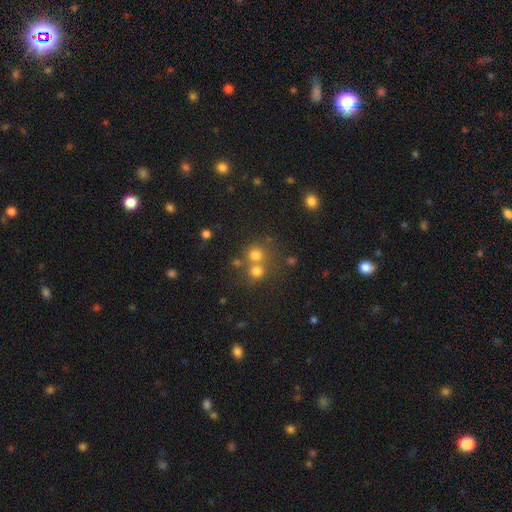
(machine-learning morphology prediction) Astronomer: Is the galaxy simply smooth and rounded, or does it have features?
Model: smooth — 70%.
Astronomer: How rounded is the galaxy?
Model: round — 88%.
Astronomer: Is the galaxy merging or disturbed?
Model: none — 50% (runner-up: merger, 41%).